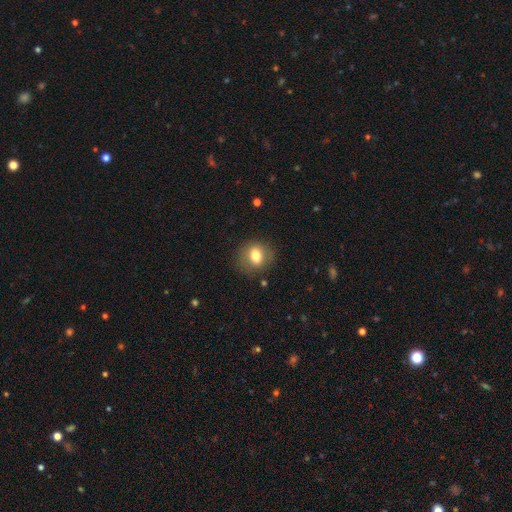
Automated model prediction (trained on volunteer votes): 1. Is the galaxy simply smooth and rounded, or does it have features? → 75% smooth, 16% featured or disk, 9% star or artifact.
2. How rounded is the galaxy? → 54% round, 45% in between, 1% cigar-shaped.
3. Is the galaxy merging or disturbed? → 79% none, 14% minor disturbance, 6% major disturbance, 1% merger.